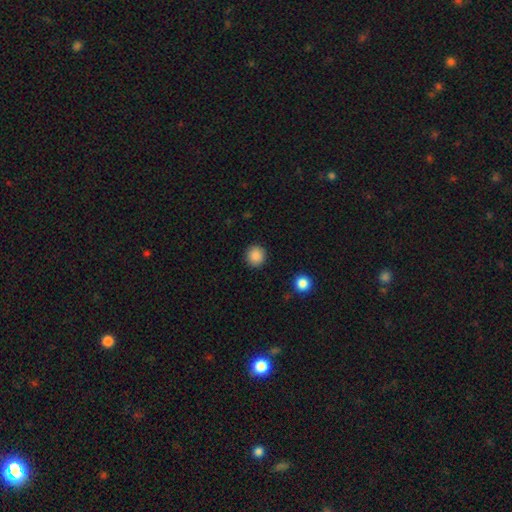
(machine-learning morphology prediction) A smooth galaxy with no disk features (88%) that is round (93%). Merging: none (91%).